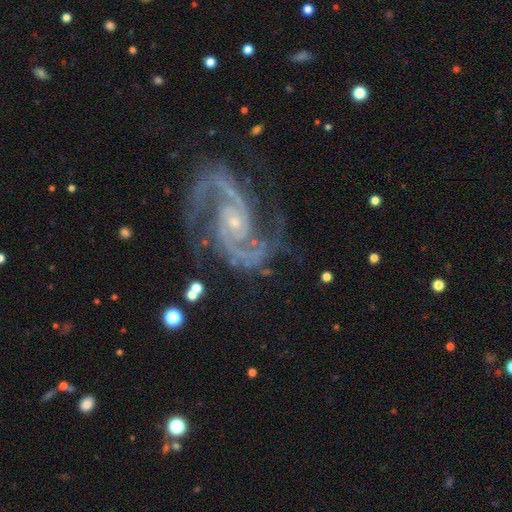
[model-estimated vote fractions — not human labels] A featured or disk galaxy (93%) with no bar (57%), 2 (88%) medium (59%) spiral arms (99%) and a small central bulge (71%).

Vote fractions:
- Smooth or featured? featured or disk: 93% / star or artifact: 4% / smooth: 2%
- Edge-on disk? no: 98% / yes: 2%
- Bar? no: 57% / weak: 32% / strong: 10%
- Spiral arms? yes: 99% / no: 1%
- Spiral winding? medium: 59% / tight: 29% / loose: 12%
- Spiral arm count? 2: 88% / 3: 5% / can't tell: 2% / 4: 2% / 1: 2% / more than 4: 2%
- Bulge size? small: 71% / moderate: 24% / none: 3% / large: 1% / dominant: 1%
- Merging? none: 70% / minor disturbance: 18% / major disturbance: 10% / merger: 3%